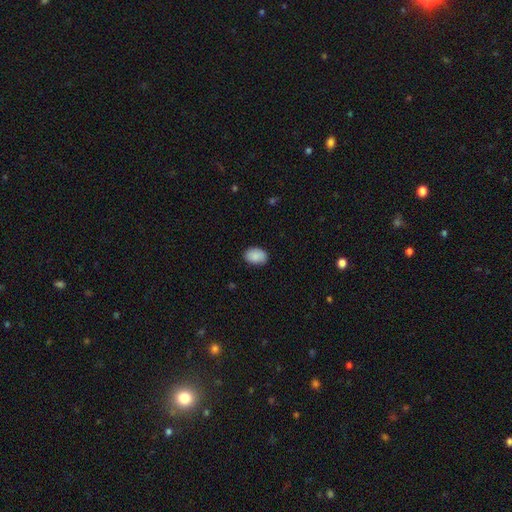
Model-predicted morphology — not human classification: Smooth or featured?
  - smooth: 89% *
  - star or artifact: 7%
  - featured or disk: 4%
How rounded?
  - in between: 80% *
  - round: 19%
  - cigar-shaped: 1%
Merging?
  - none: 86% *
  - minor disturbance: 11%
  - major disturbance: 2%
  - merger: 1%